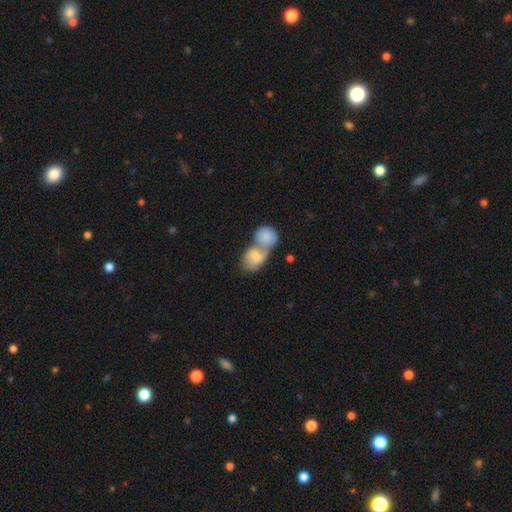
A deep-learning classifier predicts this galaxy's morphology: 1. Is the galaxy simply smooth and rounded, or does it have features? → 63% smooth, 26% featured or disk, 11% star or artifact.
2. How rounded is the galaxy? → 55% in between, 42% round, 3% cigar-shaped.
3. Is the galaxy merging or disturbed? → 71% merger, 19% none, 6% minor disturbance, 4% major disturbance.